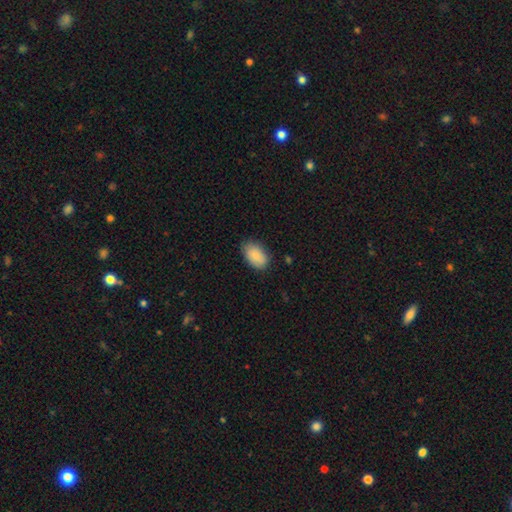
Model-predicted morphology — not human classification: Smooth or featured? Predicted: smooth (p=0.87). How rounded? Predicted: in between (p=0.92). Merging? Predicted: none (p=0.79).